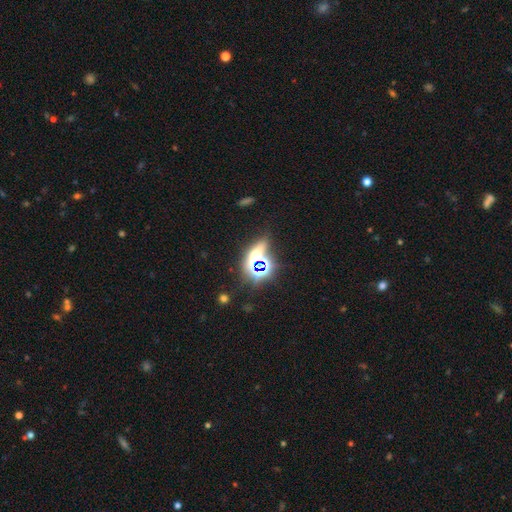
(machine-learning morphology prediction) This appears to be a star or artifact, not a galaxy (54%).